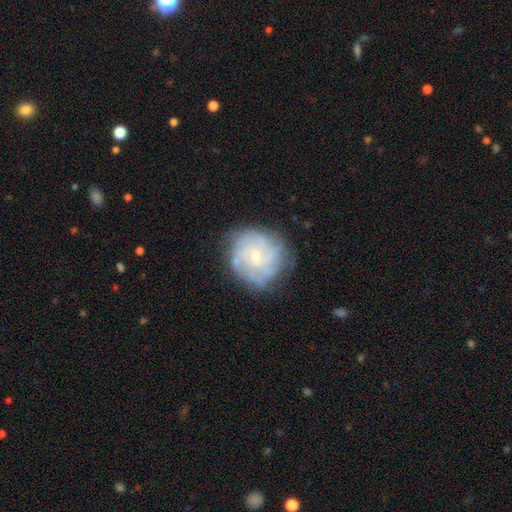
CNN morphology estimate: smooth_or_featured: featured or disk (p=0.72) [alt: smooth p=0.20]
disk_edge_on: no (p=0.98) [alt: yes p=0.02]
bar: no (p=0.68) [alt: weak p=0.28]
has_spiral_arms: yes (p=0.90) [alt: no p=0.10]
spiral_winding: tight (p=0.66) [alt: medium p=0.27]
spiral_arm_count: can't tell (p=0.40) [alt: 4 p=0.21]
bulge_size: small (p=0.75) [alt: moderate p=0.20]
merging: none (p=0.77) [alt: minor disturbance p=0.16]